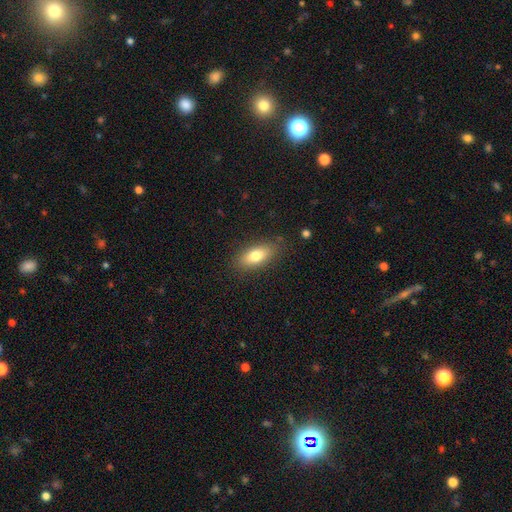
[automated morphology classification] smooth 76%, featured or disk 16%, star or artifact 8%. Down the decision tree: how rounded — in between (80%); merging — none (84%).